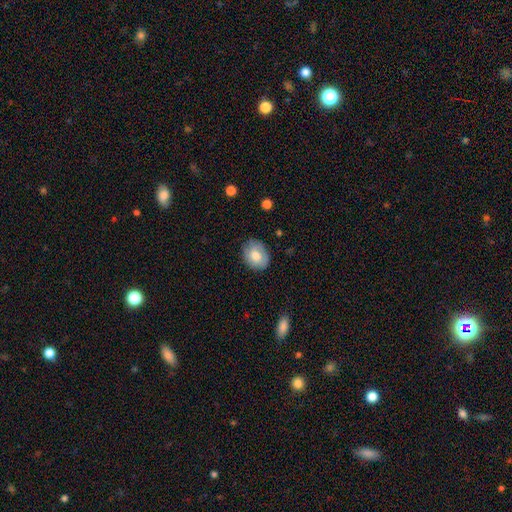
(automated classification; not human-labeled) smooth_or_featured: smooth (p=0.73) [alt: featured or disk p=0.20]
how_rounded: in between (p=0.56) [alt: round p=0.43]
merging: none (p=0.79) [alt: minor disturbance p=0.16]